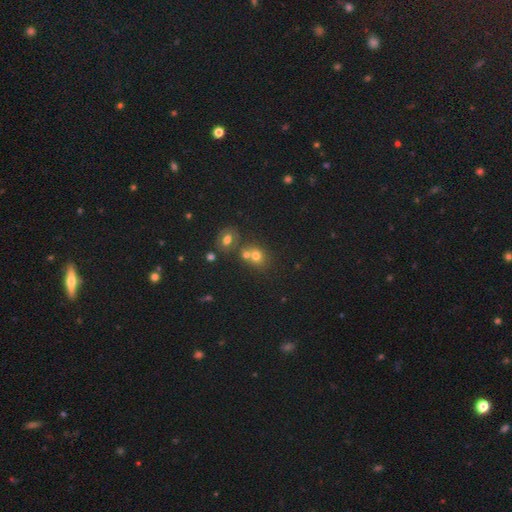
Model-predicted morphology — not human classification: Smooth or featured? smooth (69%)
How rounded? round (68%)
Merging? none (44%)